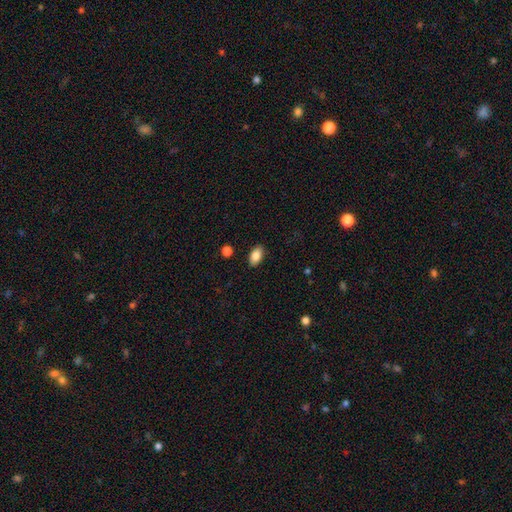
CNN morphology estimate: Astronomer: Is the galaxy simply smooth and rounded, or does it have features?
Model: smooth — 86%.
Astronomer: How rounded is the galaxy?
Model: in between — 92%.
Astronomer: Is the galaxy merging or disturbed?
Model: none — 88%.